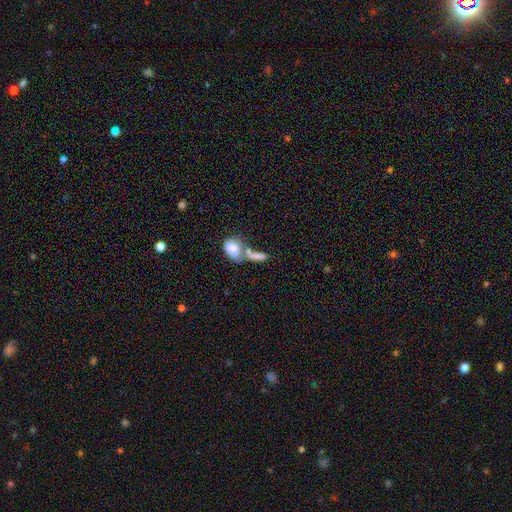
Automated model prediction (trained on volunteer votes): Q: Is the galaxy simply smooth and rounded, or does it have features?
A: smooth — 78%.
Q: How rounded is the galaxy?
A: in between — 68%.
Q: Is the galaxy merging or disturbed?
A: merger — 54%.